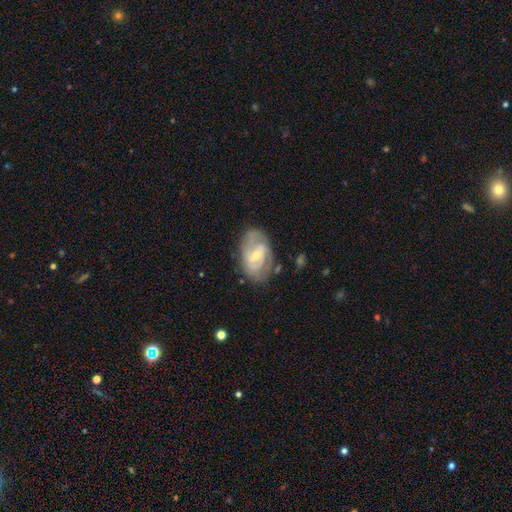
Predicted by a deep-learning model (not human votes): Morphology: type=featured or disk (76%); edge-on=no (96%); bar=weak (53%); spiral arms=yes (85%); winding=medium (43%); arm count=2 (58%); bulge=small (60%); merging=none (67%).